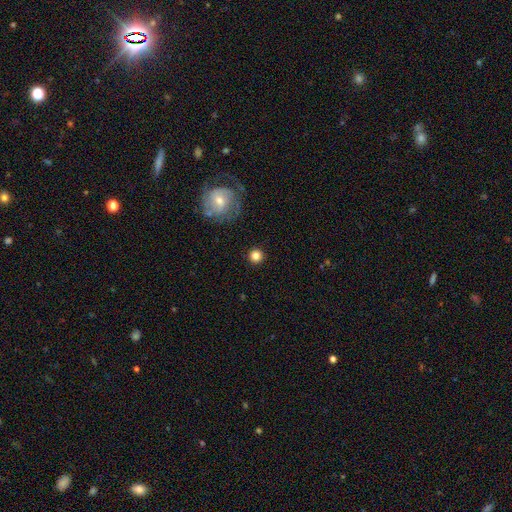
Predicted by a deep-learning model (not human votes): This is clearly a smooth galaxy (82%). How rounded: clearly round (95%). Merging: clearly none (91%).